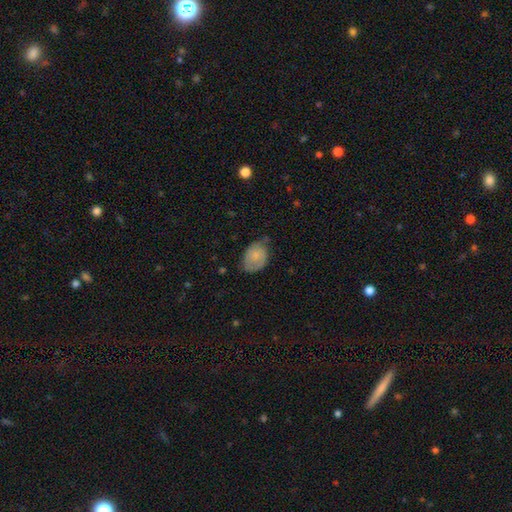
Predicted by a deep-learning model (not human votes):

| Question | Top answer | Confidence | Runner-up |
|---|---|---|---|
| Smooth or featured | smooth | 65% | featured or disk (28%) |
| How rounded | in between | 76% | round (23%) |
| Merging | none | 50% | minor disturbance (37%) |